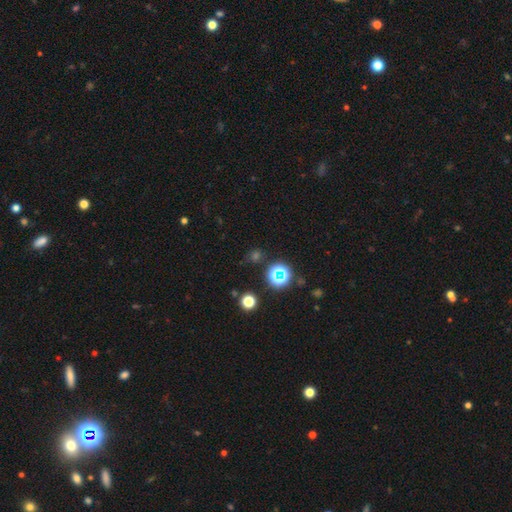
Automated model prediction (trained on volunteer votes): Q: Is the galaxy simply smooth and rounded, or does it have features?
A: star or artifact — 57%.